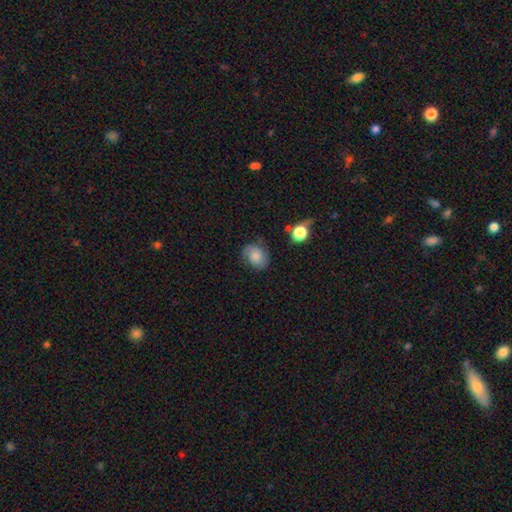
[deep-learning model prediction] smooth-or-featured: smooth: 67% | featured or disk: 23% | star or artifact: 10%
  how-rounded: in between: 57% | round: 42% | cigar-shaped: 1%
  merging: none: 66% | minor disturbance: 23% | major disturbance: 8% | merger: 3%